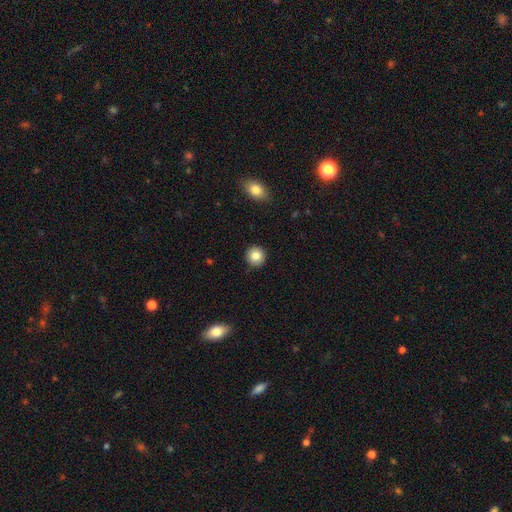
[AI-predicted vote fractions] This appears to be a smooth galaxy with no disk features (85%) that is round (93%). Merging: none (91%).